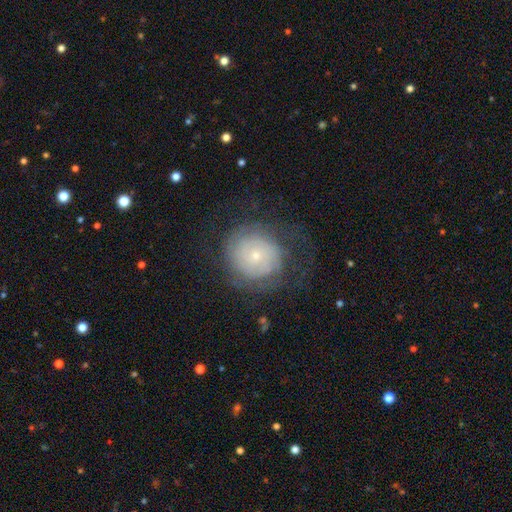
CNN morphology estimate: Smooth or featured? featured or disk (61%)
Edge-on disk? no (97%)
Bar? no (83%)
Spiral arms? yes (82%)
Bulge size? small (79%)
Merging? none (64%)